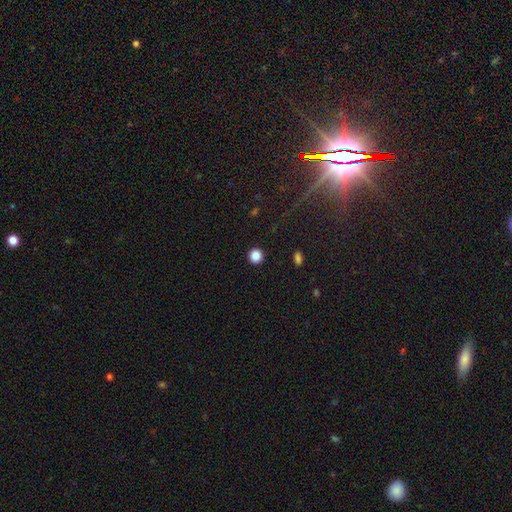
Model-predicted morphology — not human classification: Smooth or featured?
  - smooth: 86% *
  - star or artifact: 11%
  - featured or disk: 3%
How rounded?
  - round: 94% *
  - in between: 5%
  - cigar-shaped: 1%
Merging?
  - none: 93% *
  - minor disturbance: 4%
  - major disturbance: 2%
  - merger: 1%